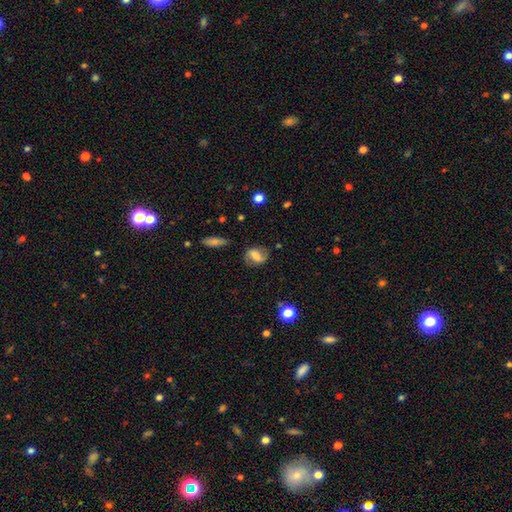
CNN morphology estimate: Smooth or featured: featured or disk — 52% (smooth — 39%)
Edge-on disk: no — 94% (yes — 6%)
Merging: none — 72% (minor disturbance — 18%)